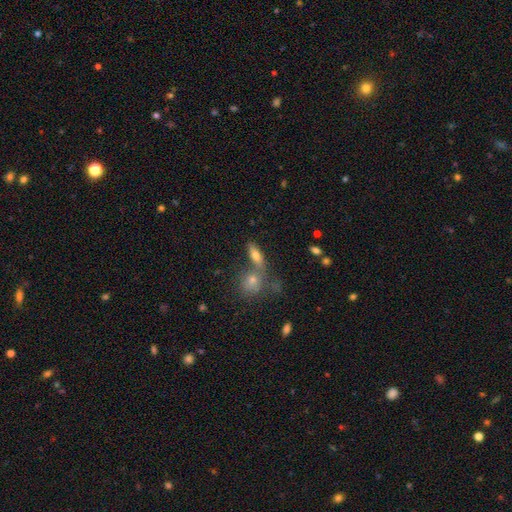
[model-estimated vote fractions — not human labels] smooth_or_featured: smooth (p=0.69) [alt: featured or disk p=0.20]
how_rounded: in between (p=0.68) [alt: cigar-shaped p=0.25]
merging: none (p=0.50) [alt: merger p=0.36]